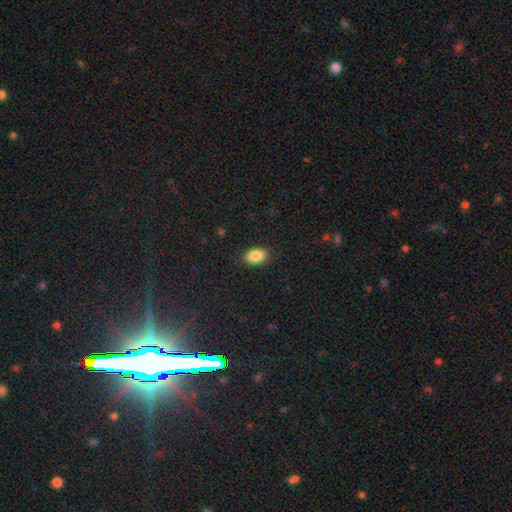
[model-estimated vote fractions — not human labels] The model was most divided on "merging": none: 87%, minor disturbance: 9%, major disturbance: 2%, merger: 1%. More confident: how rounded — in between (90%); smooth or featured — smooth (88%).